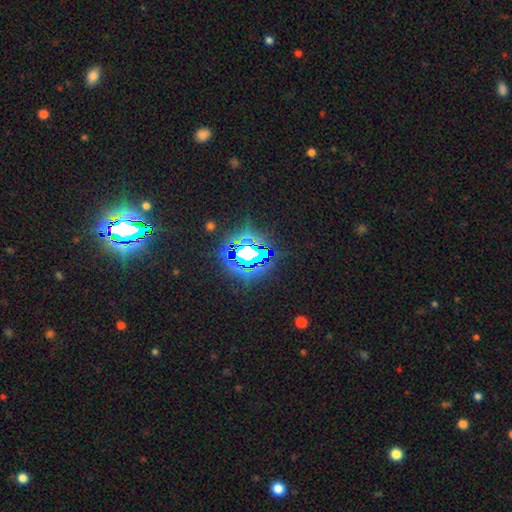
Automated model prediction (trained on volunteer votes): star or artifact 79%, smooth 11%, featured or disk 10%.